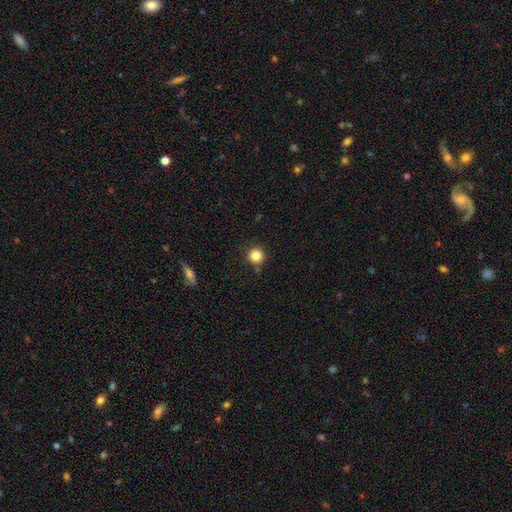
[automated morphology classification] Smooth or featured? Predicted: smooth (p=0.85). How rounded? Predicted: round (p=0.95). Merging? Predicted: none (p=0.86).